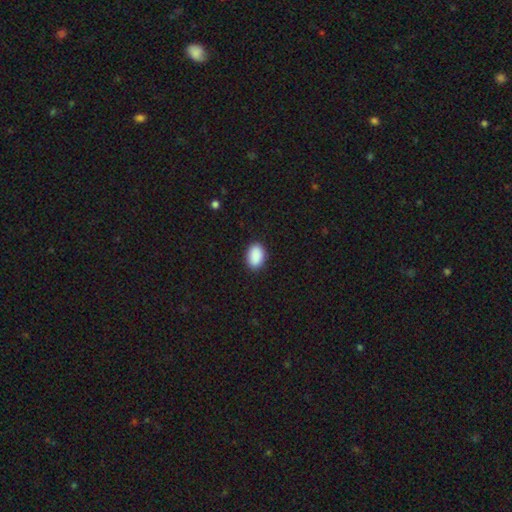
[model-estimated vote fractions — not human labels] smooth 91%, star or artifact 7%, featured or disk 2%. Down the decision tree: how rounded — in between (87%); merging — none (90%).